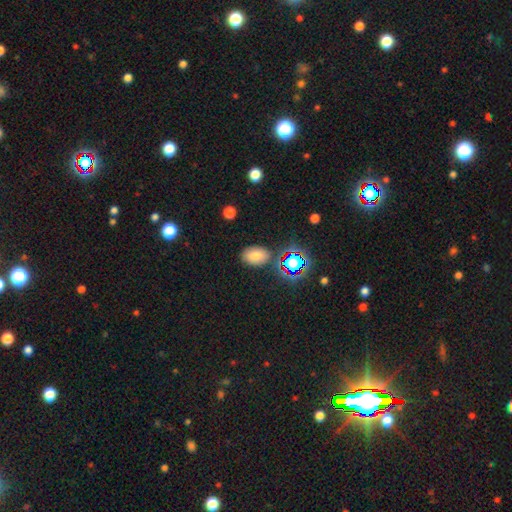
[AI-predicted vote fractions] smooth 69%, star or artifact 21%, featured or disk 11%. Down the decision tree: how rounded — in between (85%); merging — none (80%).